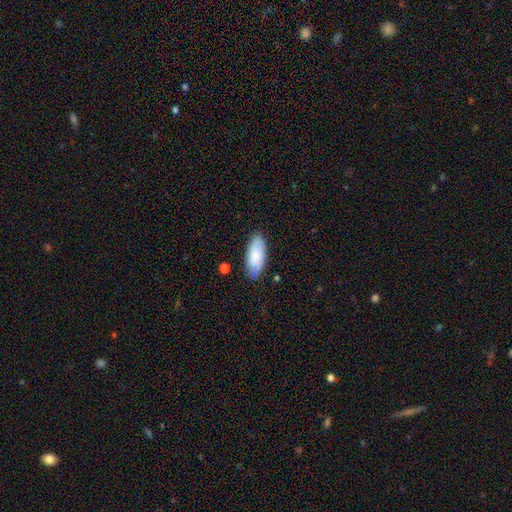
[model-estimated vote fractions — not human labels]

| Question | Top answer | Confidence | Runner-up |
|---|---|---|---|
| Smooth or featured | smooth | 82% | featured or disk (12%) |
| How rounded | in between | 86% | cigar-shaped (12%) |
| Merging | none | 81% | minor disturbance (15%) |